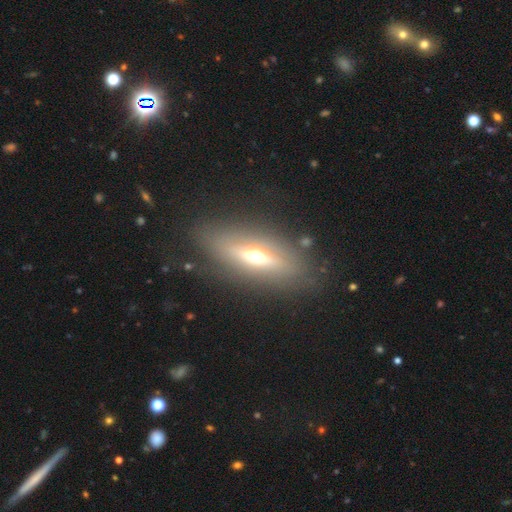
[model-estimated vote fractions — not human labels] Overall: featured or disk (54%; smooth 35%). Edge-on disk: yes (71%). Merging: none (79%).